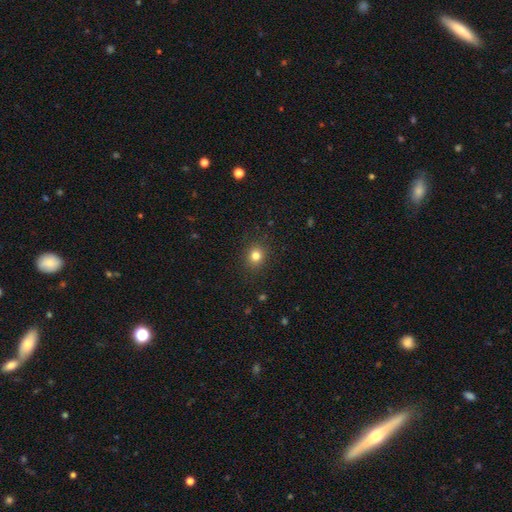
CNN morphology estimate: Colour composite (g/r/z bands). It shows a smooth galaxy with no disk features (80%) that is round (80%). Merging: none (89%).